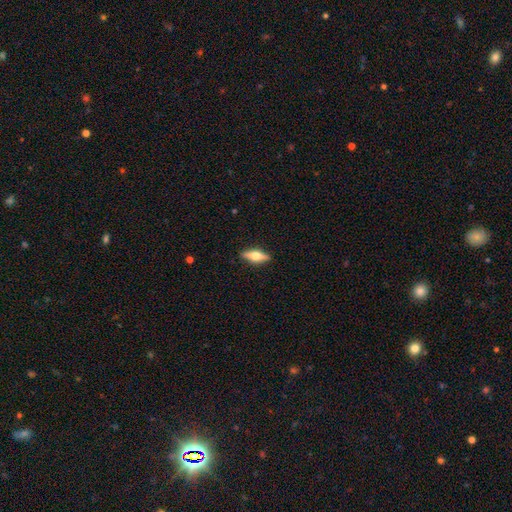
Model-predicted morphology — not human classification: type=featured or disk (50%); merging=none (89%).